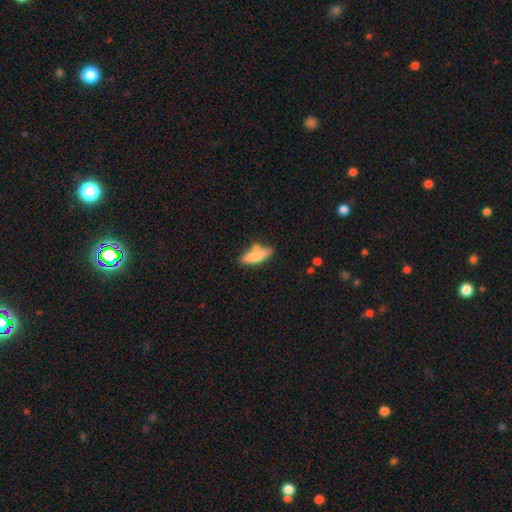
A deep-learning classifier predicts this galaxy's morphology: Smooth or featured? smooth (73%)
How rounded? cigar-shaped (52%)
Merging? none (61%)